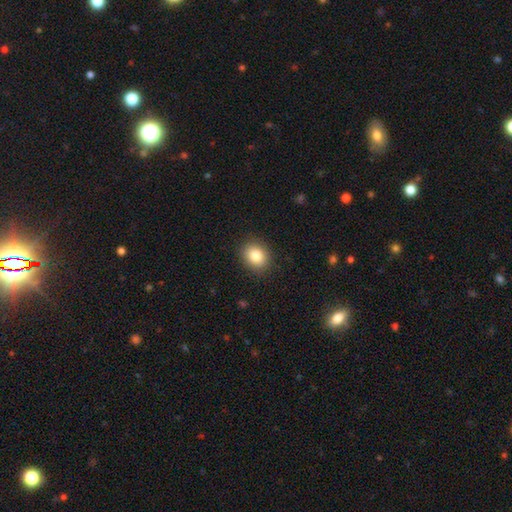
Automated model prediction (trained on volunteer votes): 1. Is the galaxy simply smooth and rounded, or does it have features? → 84% smooth, 9% star or artifact, 7% featured or disk.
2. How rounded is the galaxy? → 60% round, 39% in between, 1% cigar-shaped.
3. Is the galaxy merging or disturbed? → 89% none, 8% minor disturbance, 2% major disturbance, 1% merger.